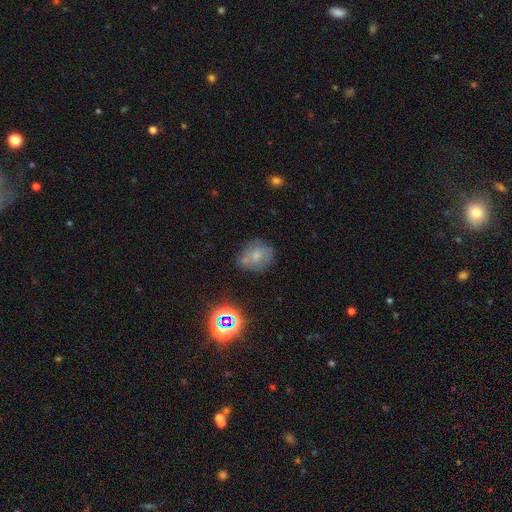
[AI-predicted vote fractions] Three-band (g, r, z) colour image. It shows a smooth galaxy with no disk features (62%) that is round (68%). Merging: none (56%).